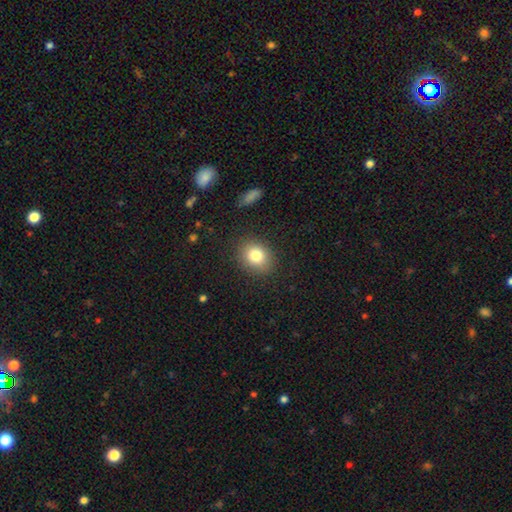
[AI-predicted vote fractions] smooth-or-featured: smooth: 80% | star or artifact: 11% | featured or disk: 9%
  how-rounded: round: 63% | in between: 36% | cigar-shaped: 1%
  merging: none: 87% | minor disturbance: 8% | major disturbance: 3% | merger: 1%